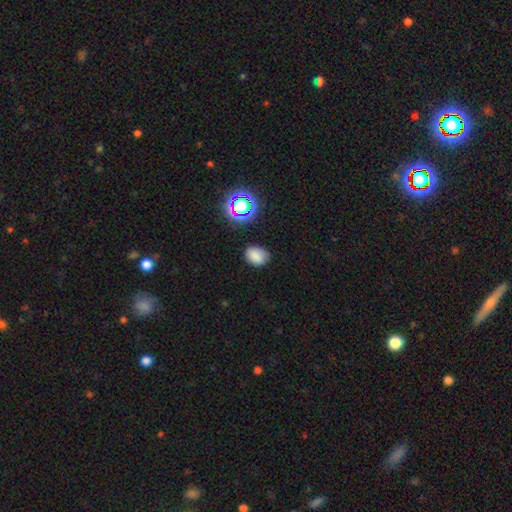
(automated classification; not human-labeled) This appears to be a smooth galaxy with no disk features (77%) that is in between round and cigar-shaped (68%). Merging: none (77%).